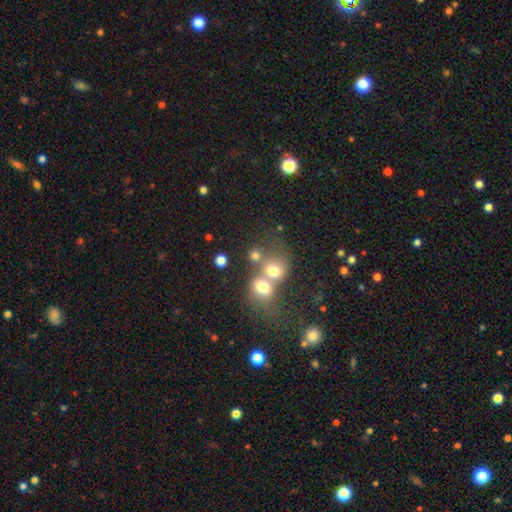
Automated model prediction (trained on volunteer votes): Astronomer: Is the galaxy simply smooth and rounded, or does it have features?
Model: smooth — 71%.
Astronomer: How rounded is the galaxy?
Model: round — 75%.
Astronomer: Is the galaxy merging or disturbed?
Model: merger — 49% (runner-up: none, 37%).